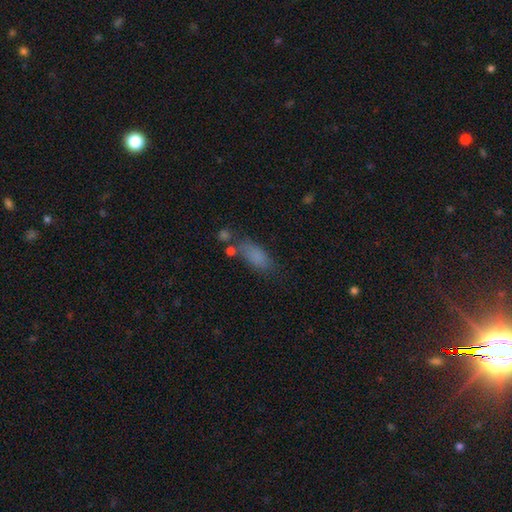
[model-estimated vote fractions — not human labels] Smooth or featured?
  - smooth: 77% *
  - star or artifact: 12%
  - featured or disk: 10%
How rounded?
  - in between: 78% *
  - cigar-shaped: 18%
  - round: 4%
Merging?
  - none: 57% *
  - minor disturbance: 21%
  - merger: 11%
  - major disturbance: 11%